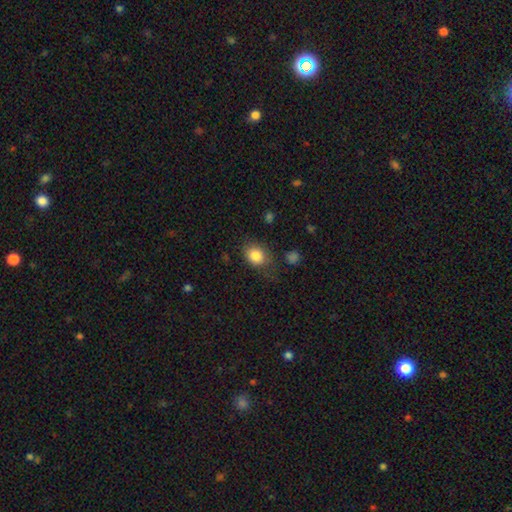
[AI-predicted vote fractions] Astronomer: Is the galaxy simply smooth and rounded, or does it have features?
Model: smooth — 84%.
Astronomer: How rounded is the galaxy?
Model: in between — 53% (runner-up: round, 46%).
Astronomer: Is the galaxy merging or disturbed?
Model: none — 69%.